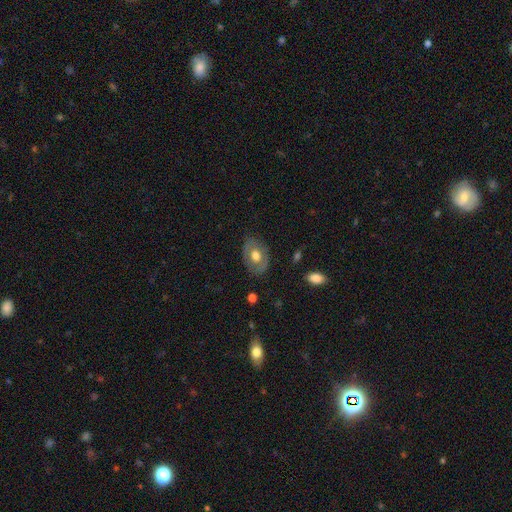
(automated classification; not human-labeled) Q: Smooth or featured?
A: smooth (50%); runner-up: featured or disk (43%)
Q: How rounded?
A: in between (73%); runner-up: round (26%)
Q: Merging?
A: none (77%); runner-up: minor disturbance (16%)